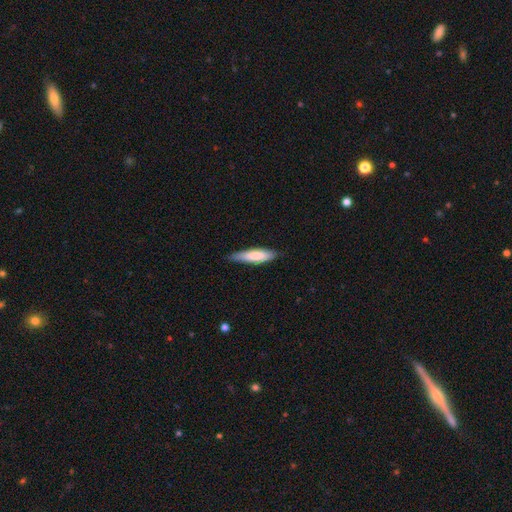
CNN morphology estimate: Smooth or featured? smooth (76%)
How rounded? cigar-shaped (73%)
Merging? none (76%)